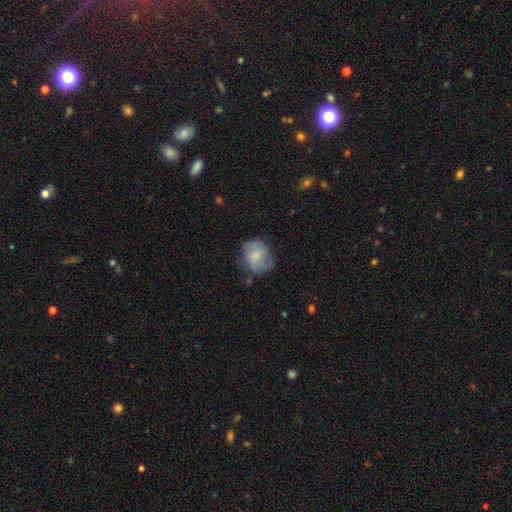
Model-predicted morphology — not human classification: Q: Smooth or featured?
A: smooth (56%); runner-up: featured or disk (37%)
Q: How rounded?
A: round (69%); runner-up: in between (30%)
Q: Merging?
A: none (60%); runner-up: minor disturbance (27%)